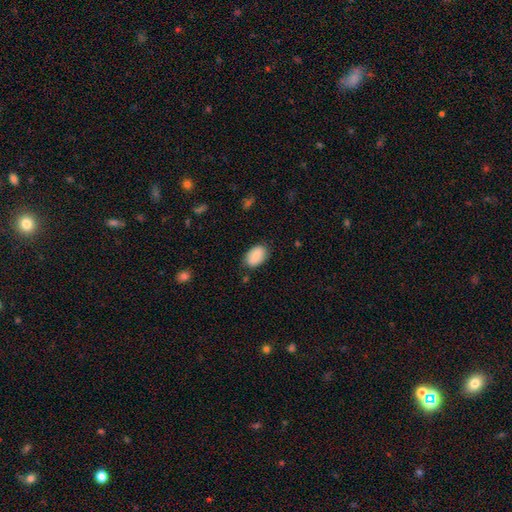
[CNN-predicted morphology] smooth_or_featured: smooth (p=0.86) [alt: featured or disk p=0.08]
how_rounded: in between (p=0.91) [alt: round p=0.08]
merging: none (p=0.81) [alt: minor disturbance p=0.14]